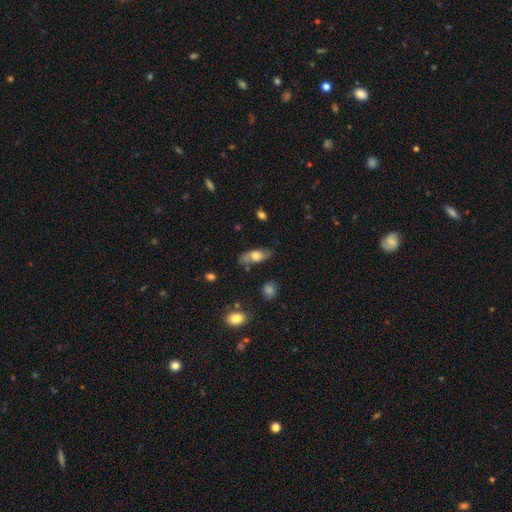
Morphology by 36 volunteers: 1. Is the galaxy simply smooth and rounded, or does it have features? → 56% smooth, 44% featured or disk, 0% star or artifact.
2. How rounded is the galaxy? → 85% in between, 10% round, 5% cigar-shaped.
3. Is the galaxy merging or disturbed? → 69% none, 17% minor disturbance, 8% major disturbance, 6% merger.